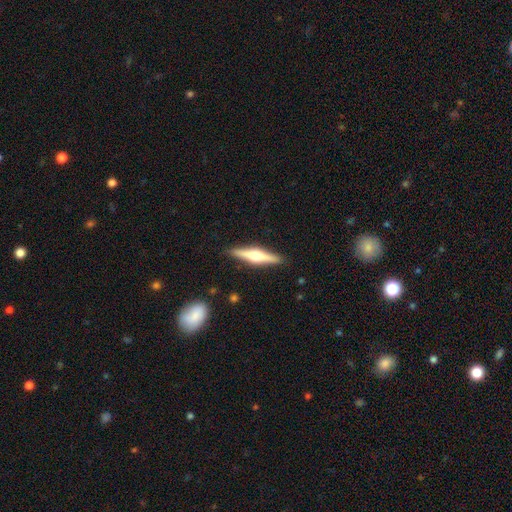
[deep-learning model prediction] The model was most divided on "smooth or featured": featured or disk: 68%, smooth: 27%, star or artifact: 5%. More confident: edge-on disk — yes (98%); edge-on bulge — rounded (92%); merging — none (90%).